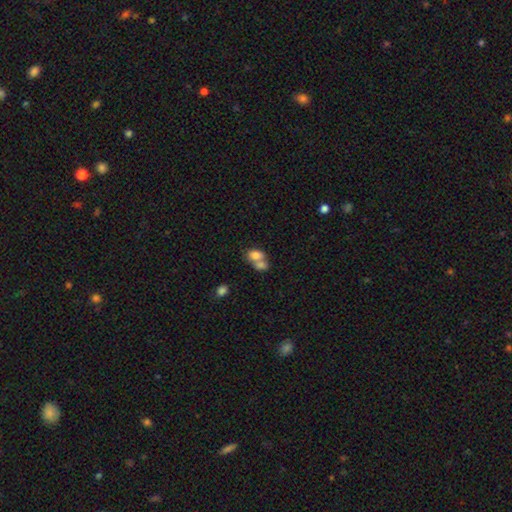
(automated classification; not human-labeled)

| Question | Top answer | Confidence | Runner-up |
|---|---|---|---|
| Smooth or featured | smooth | 74% | featured or disk (16%) |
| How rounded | in between | 73% | round (25%) |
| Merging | merger | 65% | none (23%) |